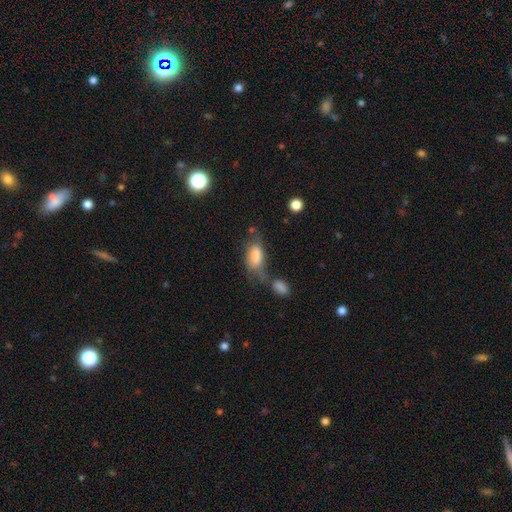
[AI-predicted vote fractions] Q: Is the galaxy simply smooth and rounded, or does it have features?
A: smooth — 73%.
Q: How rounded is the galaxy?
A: in between — 87%.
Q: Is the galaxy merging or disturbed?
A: none — 32%.